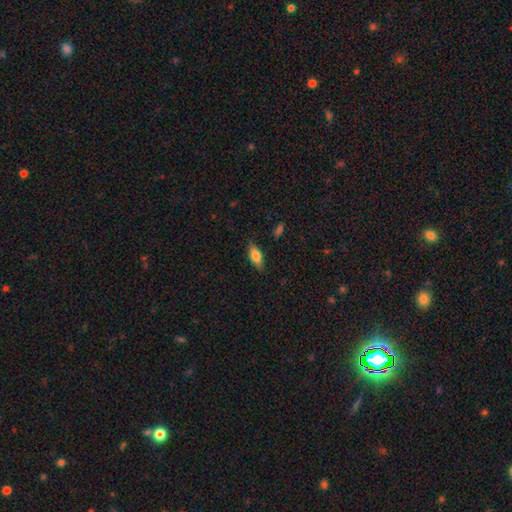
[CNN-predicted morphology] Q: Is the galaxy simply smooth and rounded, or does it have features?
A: smooth — 72%.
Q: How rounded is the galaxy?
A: in between — 75%.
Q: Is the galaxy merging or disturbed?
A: none — 83%.